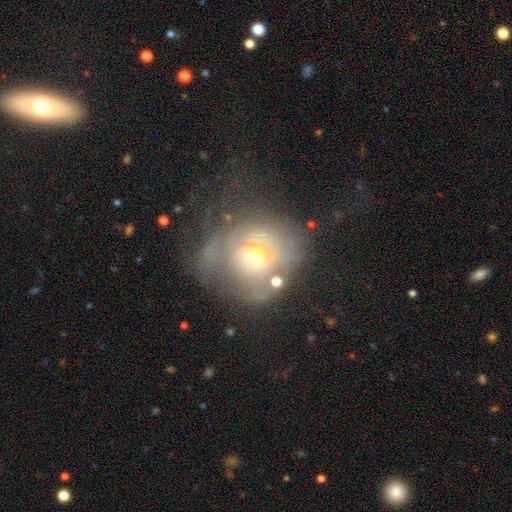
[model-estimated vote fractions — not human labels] smooth-or-featured: featured or disk: 55% | smooth: 34% | star or artifact: 11%
  disk-edge-on: no: 95% | yes: 5%
    bar: no: 82% | weak: 15% | strong: 3%
    has-spiral-arms: no: 56% | yes: 44%
    bulge-size: moderate: 50% | small: 44% | large: 4% | dominant: 1% | none: 1%
  merging: major disturbance: 35% | none: 34% | minor disturbance: 24% | merger: 7%